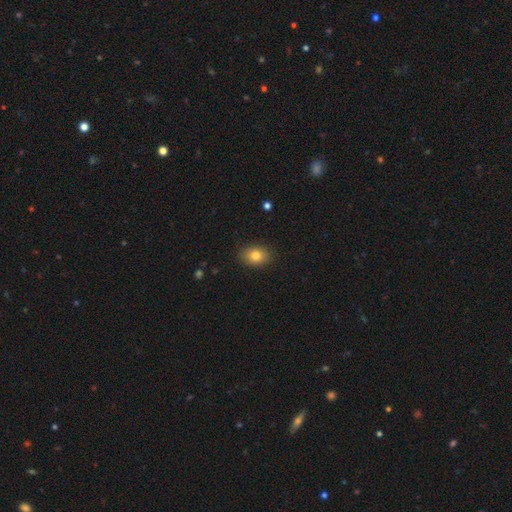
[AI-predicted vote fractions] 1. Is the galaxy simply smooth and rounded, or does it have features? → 80% smooth, 10% featured or disk, 10% star or artifact.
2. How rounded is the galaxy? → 72% in between, 27% round, 1% cigar-shaped.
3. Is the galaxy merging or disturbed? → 88% none, 9% minor disturbance, 2% major disturbance, 1% merger.